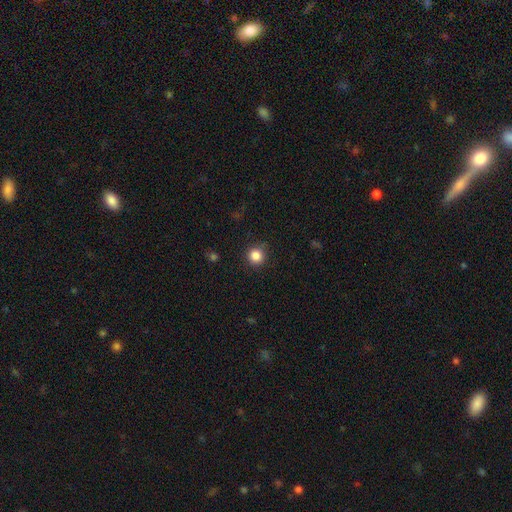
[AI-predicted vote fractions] Q: Smooth or featured?
A: smooth (85%); runner-up: star or artifact (11%)
Q: How rounded?
A: round (94%); runner-up: in between (5%)
Q: Merging?
A: none (88%); runner-up: minor disturbance (8%)